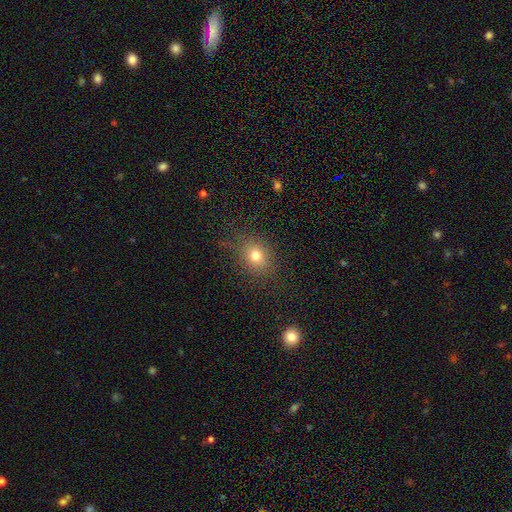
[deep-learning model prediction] This appears to be a smooth galaxy with no disk features (74%) that is round (63%). Merging: none (81%).